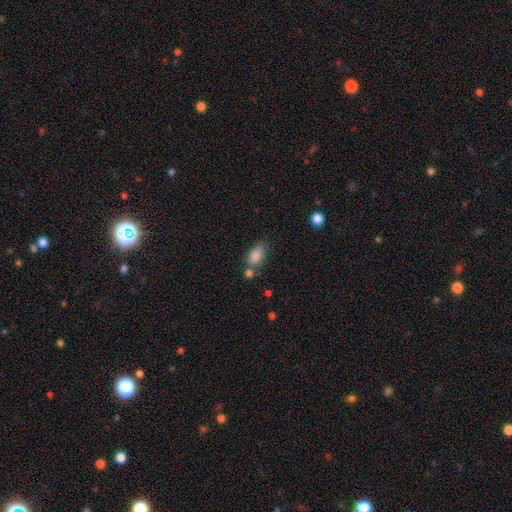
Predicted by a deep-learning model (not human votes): Overall: smooth (83%). How rounded: in between (87%). Merging: none (50%; minor disturbance 23%).